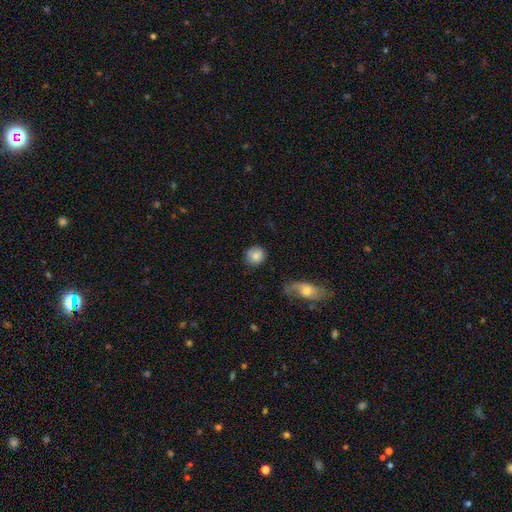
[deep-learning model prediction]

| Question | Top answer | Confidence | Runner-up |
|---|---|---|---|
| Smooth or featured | smooth | 81% | featured or disk (10%) |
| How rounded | round | 86% | in between (12%) |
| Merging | none | 81% | minor disturbance (13%) |